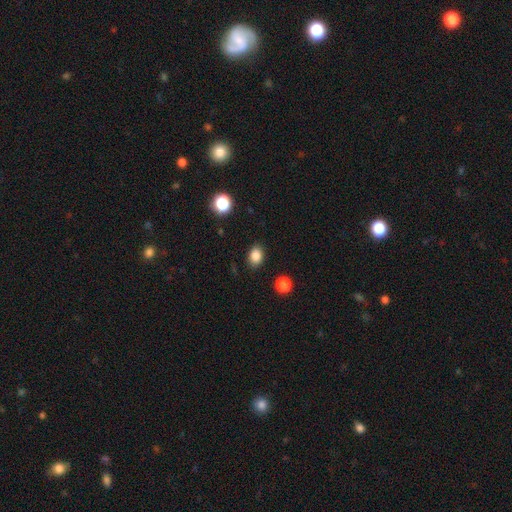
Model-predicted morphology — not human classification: Smooth or featured? Predicted: smooth (p=0.85). How rounded? Predicted: in between (p=0.68). Merging? Predicted: none (p=0.87).